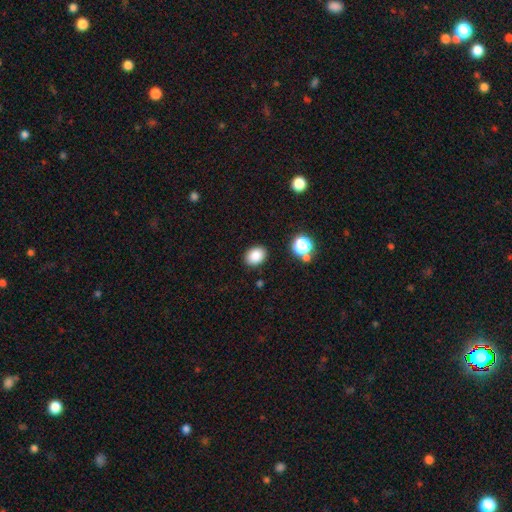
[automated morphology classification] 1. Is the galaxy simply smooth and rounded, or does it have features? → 85% smooth, 10% star or artifact, 4% featured or disk.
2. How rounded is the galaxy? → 60% in between, 39% round, 1% cigar-shaped.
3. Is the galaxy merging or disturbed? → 87% none, 8% minor disturbance, 3% major disturbance, 2% merger.